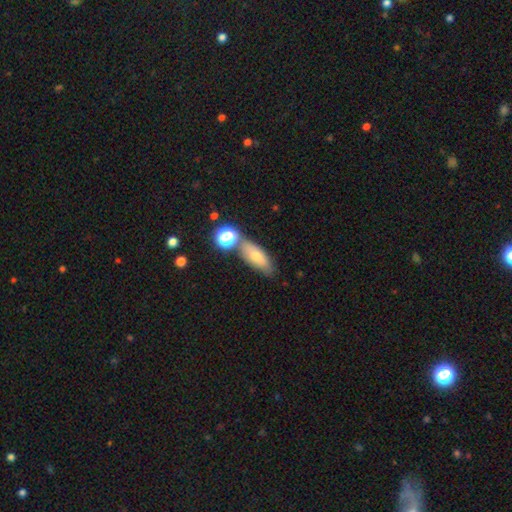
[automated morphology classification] Overall: smooth (62%; featured or disk 26%). How rounded: in between (70%). Merging: none (65%).